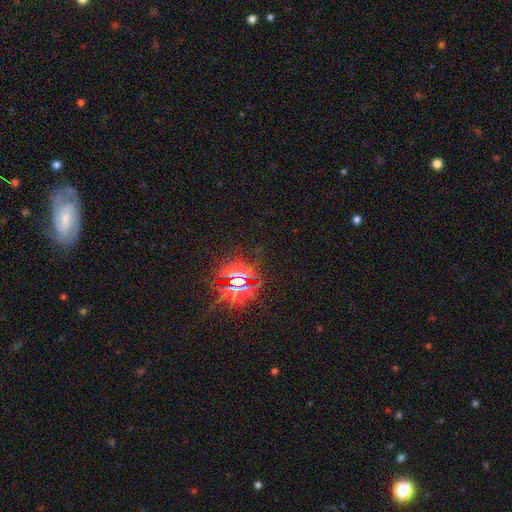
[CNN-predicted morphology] Smooth or featured? star or artifact (86%)